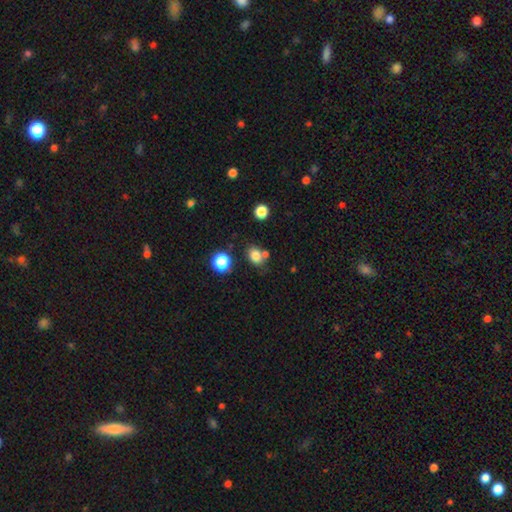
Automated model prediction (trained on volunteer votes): smooth_or_featured: smooth (p=0.80) [alt: star or artifact p=0.13]
how_rounded: in between (p=0.56) [alt: round p=0.43]
merging: none (p=0.65) [alt: merger p=0.18]